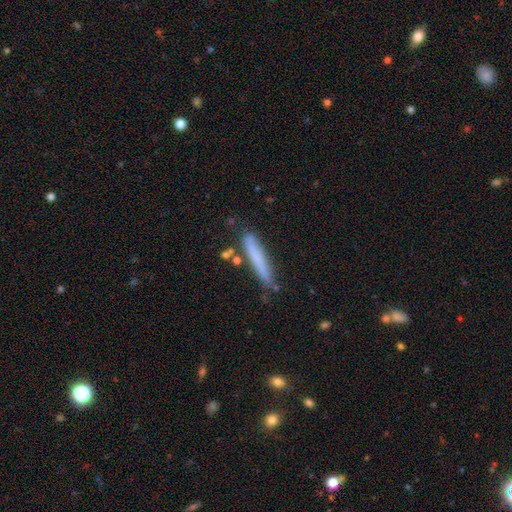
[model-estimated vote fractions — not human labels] This is likely a smooth galaxy (71%). How rounded: clearly cigar-shaped (94%). Merging: likely none (78%).